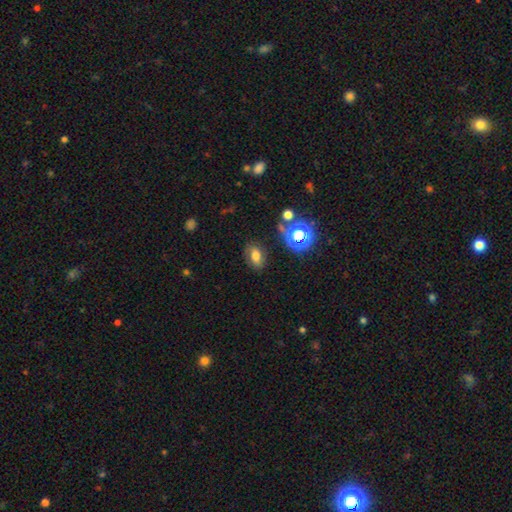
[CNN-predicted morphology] Smooth or featured? Predicted: smooth (p=0.67). How rounded? Predicted: in between (p=0.76). Merging? Predicted: none (p=0.78).